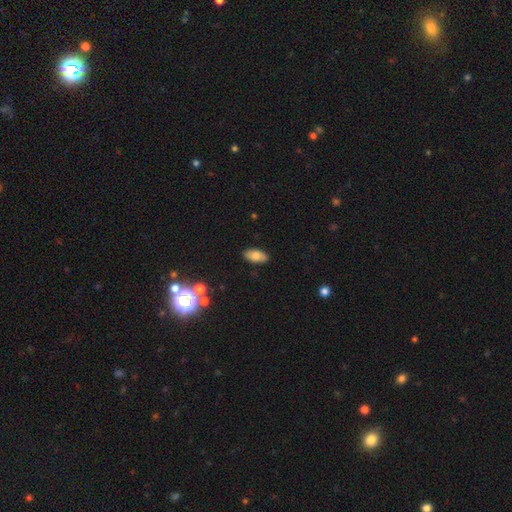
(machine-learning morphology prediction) Overall: smooth (76%). How rounded: in between (93%). Merging: none (88%).